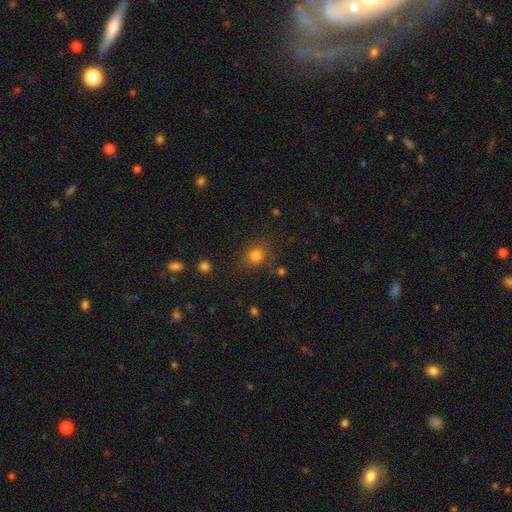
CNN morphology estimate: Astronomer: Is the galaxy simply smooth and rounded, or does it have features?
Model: smooth — 79%.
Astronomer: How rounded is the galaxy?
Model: round — 71%.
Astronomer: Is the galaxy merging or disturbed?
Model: none — 78%.